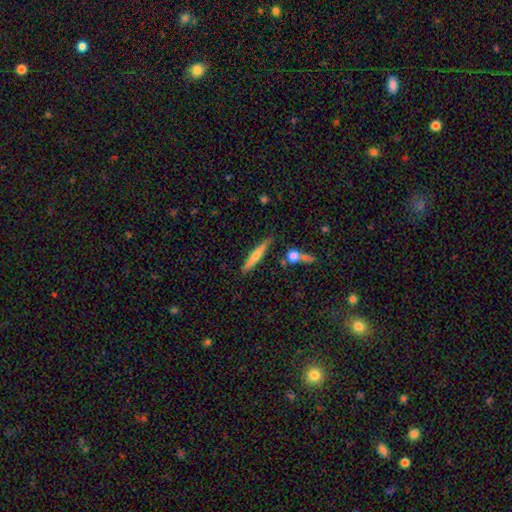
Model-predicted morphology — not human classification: This is possibly a smooth galaxy (58%). How rounded: clearly cigar-shaped (90%). Merging: clearly none (81%).